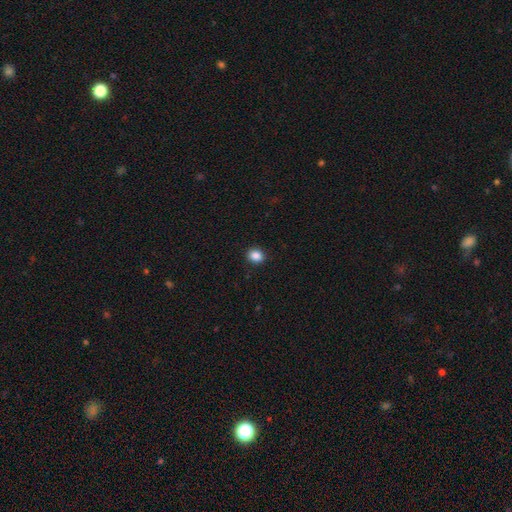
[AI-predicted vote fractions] smooth_or_featured: smooth (p=0.87) [alt: star or artifact p=0.10]
how_rounded: round (p=0.65) [alt: in between p=0.34]
merging: none (p=0.91) [alt: minor disturbance p=0.06]